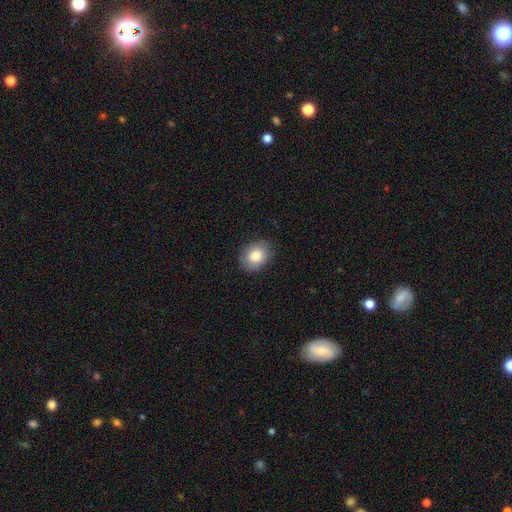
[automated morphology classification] type=smooth (83%); roundness=in between (64%); merging=none (86%).